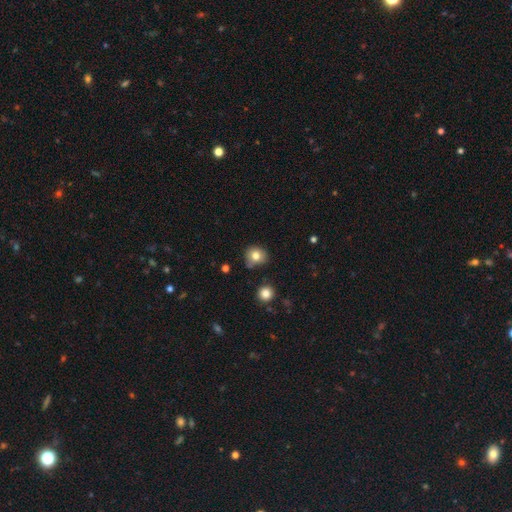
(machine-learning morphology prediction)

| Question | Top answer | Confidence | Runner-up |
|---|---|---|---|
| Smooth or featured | smooth | 79% | star or artifact (11%) |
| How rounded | round | 83% | in between (16%) |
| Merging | none | 74% | minor disturbance (18%) |